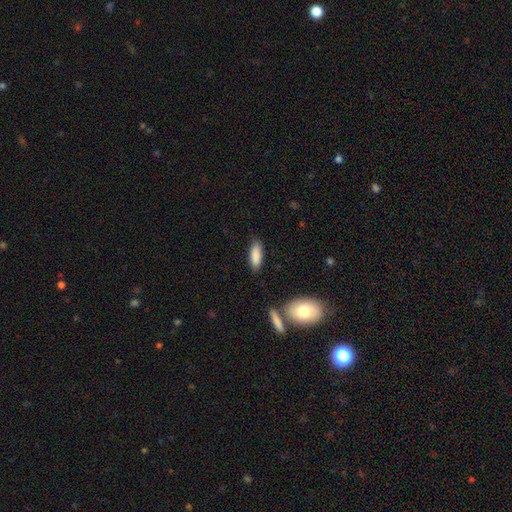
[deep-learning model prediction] Smooth or featured? smooth (86%)
How rounded? in between (61%)
Merging? none (84%)